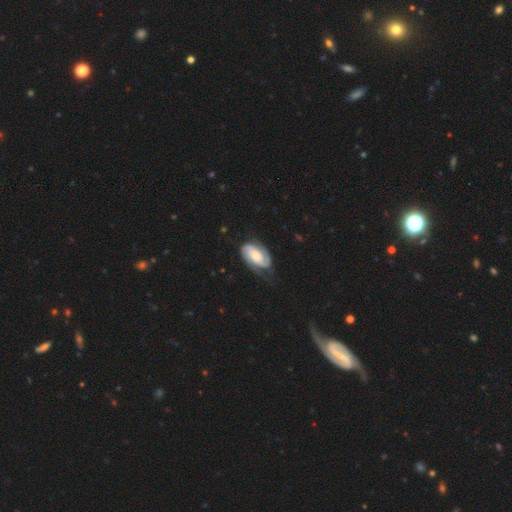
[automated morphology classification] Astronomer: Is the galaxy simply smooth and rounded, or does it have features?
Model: featured or disk — 79%.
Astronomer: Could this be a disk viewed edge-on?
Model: no — 97%.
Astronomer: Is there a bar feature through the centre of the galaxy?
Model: no — 55% (runner-up: weak, 33%).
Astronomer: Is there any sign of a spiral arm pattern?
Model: yes — 95%.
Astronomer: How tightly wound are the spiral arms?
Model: tight — 46% (runner-up: medium, 39%).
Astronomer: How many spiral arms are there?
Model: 2 — 84%.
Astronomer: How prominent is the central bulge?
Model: moderate — 46% (runner-up: small, 25%).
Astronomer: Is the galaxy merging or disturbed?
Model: none — 65%.